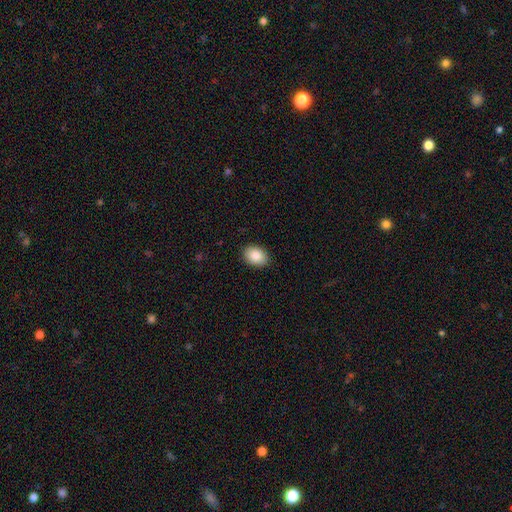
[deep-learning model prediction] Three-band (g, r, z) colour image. It shows a smooth galaxy with no disk features (88%) that is in between round and cigar-shaped (76%). Merging: none (90%).